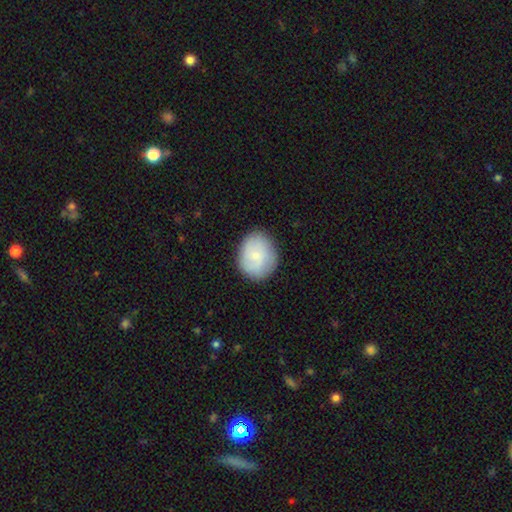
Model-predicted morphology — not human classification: The model was most divided on "how rounded": round: 61%, in between: 38%, cigar-shaped: 1%. More confident: merging — none (81%); smooth or featured — smooth (73%).